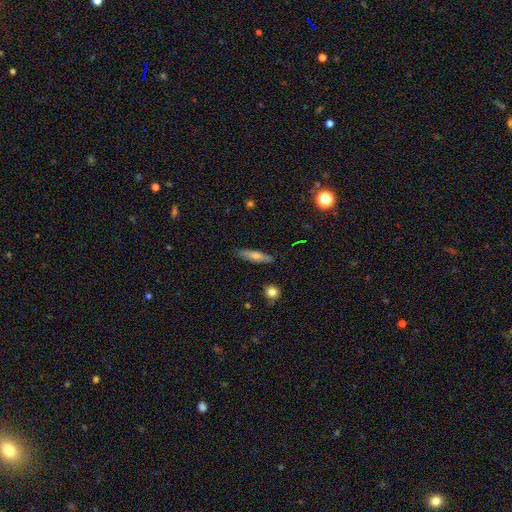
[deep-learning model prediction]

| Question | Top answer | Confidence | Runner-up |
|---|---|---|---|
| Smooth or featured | smooth | 56% | featured or disk (35%) |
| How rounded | cigar-shaped | 81% | in between (16%) |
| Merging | none | 87% | minor disturbance (10%) |